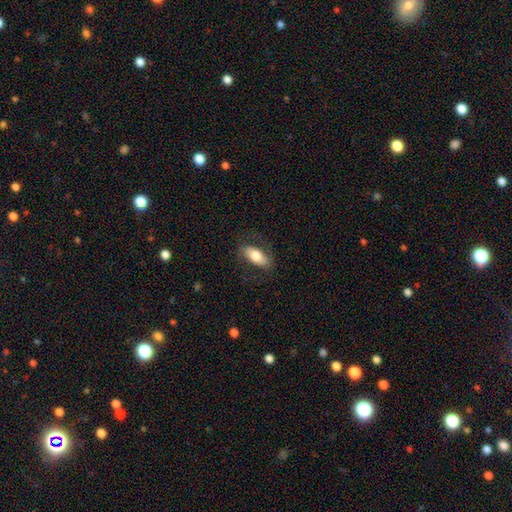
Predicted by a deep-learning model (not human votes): The model was most divided on "smooth or featured": smooth: 71%, featured or disk: 23%, star or artifact: 6%. More confident: how rounded — in between (83%); merging — none (79%).